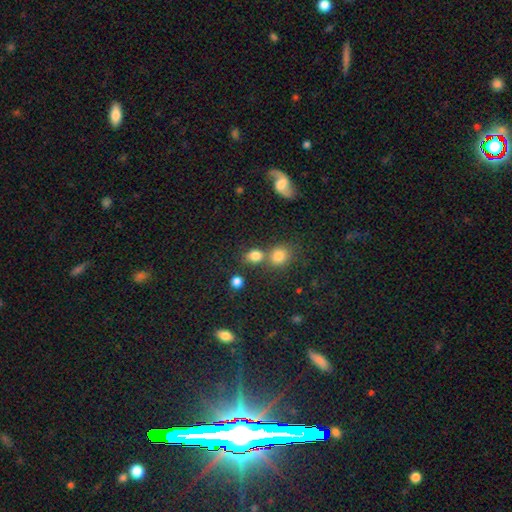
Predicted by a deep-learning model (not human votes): smooth-or-featured: smooth: 80% | star or artifact: 14% | featured or disk: 7%
  how-rounded: round: 56% | in between: 42% | cigar-shaped: 1%
  merging: none: 55% | merger: 31% | minor disturbance: 10% | major disturbance: 4%